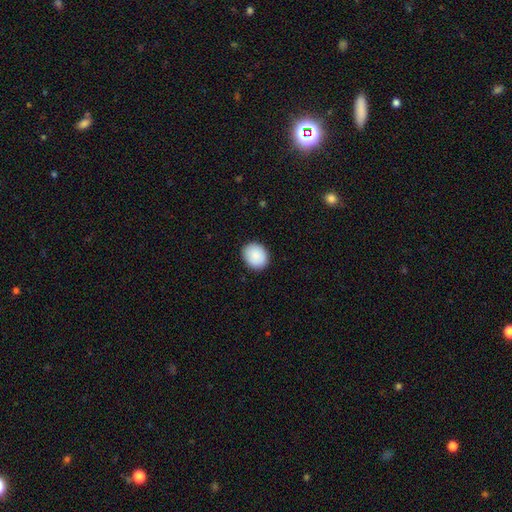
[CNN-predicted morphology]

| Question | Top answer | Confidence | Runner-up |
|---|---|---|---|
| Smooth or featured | smooth | 90% | star or artifact (7%) |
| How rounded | round | 61% | in between (38%) |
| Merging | none | 89% | minor disturbance (8%) |